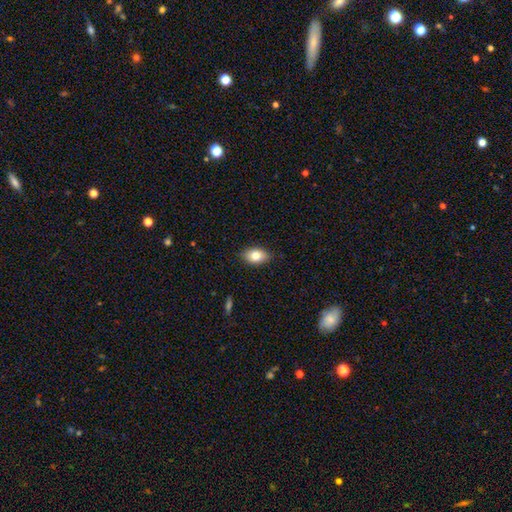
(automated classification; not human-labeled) smooth 80%, featured or disk 12%, star or artifact 8%. Down the decision tree: how rounded — in between (85%); merging — none (85%).